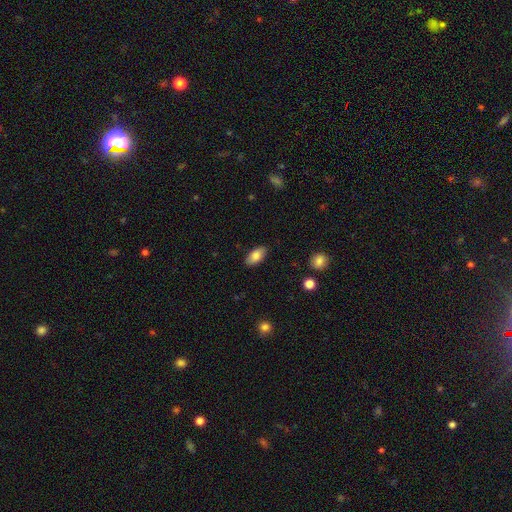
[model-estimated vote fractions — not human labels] This appears to be a smooth galaxy with no disk features (83%) that is in between round and cigar-shaped (93%). Merging: none (86%).